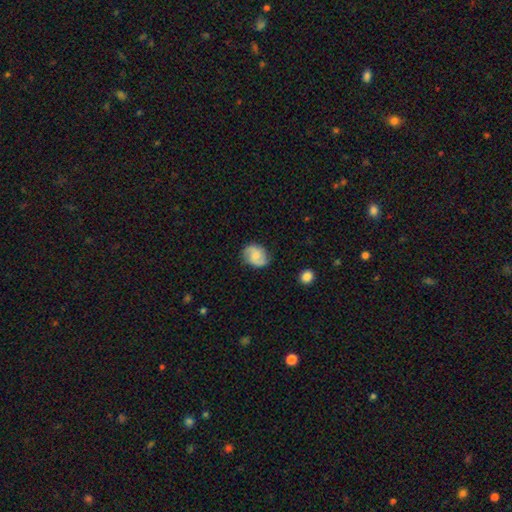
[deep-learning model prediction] This appears to be a featured or disk galaxy (65%) with no bar (56%), 2 (89%) medium (49%) spiral arms (95%) and a small central bulge (40%). Merging: none (80%).